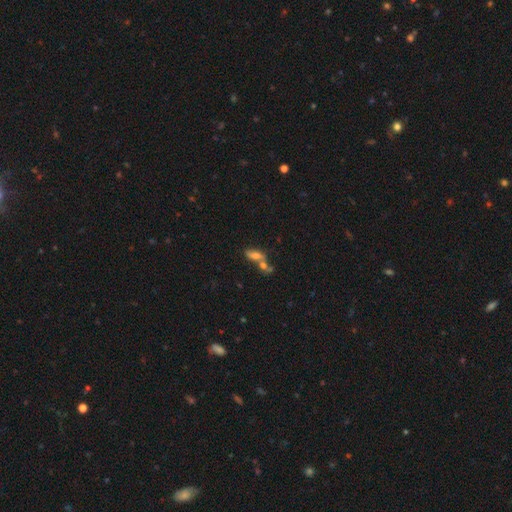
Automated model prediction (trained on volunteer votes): Q: Smooth or featured?
A: smooth (60%); runner-up: featured or disk (27%)
Q: How rounded?
A: in between (73%); runner-up: cigar-shaped (19%)
Q: Merging?
A: merger (53%); runner-up: none (28%)